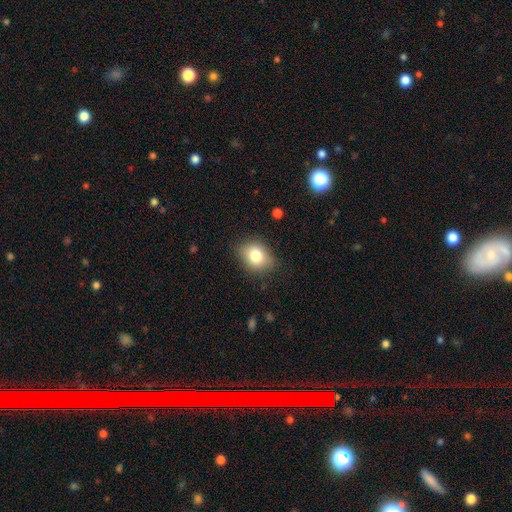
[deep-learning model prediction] smooth 80%, featured or disk 11%, star or artifact 9%. Down the decision tree: how rounded — in between (57%); merging — none (80%).